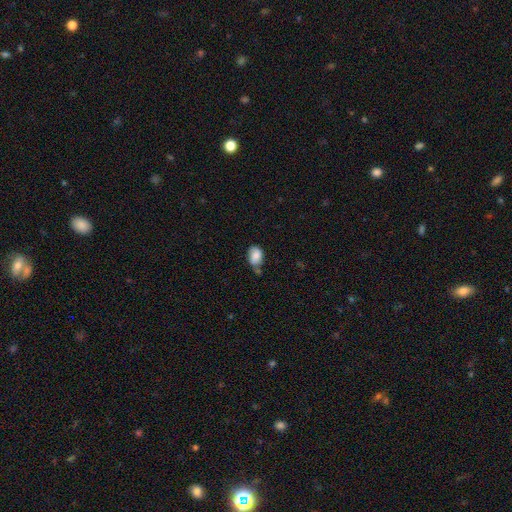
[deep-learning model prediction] Smooth or featured?
  - smooth: 82% *
  - featured or disk: 11%
  - star or artifact: 8%
How rounded?
  - in between: 85% *
  - round: 14%
  - cigar-shaped: 1%
Merging?
  - none: 46% *
  - minor disturbance: 34%
  - merger: 12%
  - major disturbance: 8%